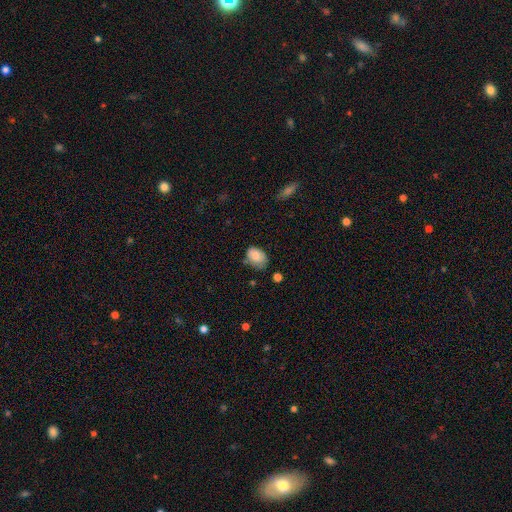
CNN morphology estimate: A smooth galaxy with no disk features (80%) that is in between round and cigar-shaped (79%). Merging: none (56%).